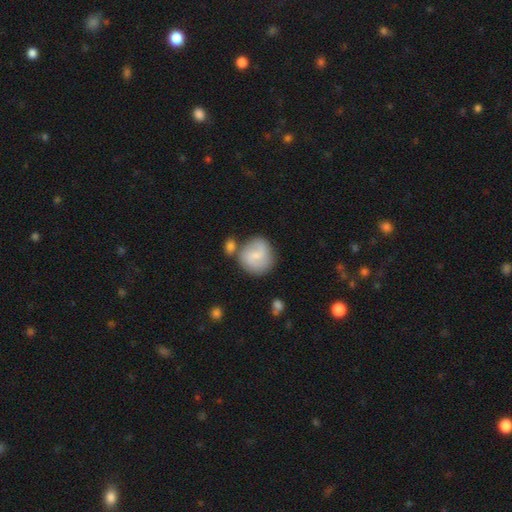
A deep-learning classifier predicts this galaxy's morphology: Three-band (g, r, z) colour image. It shows a smooth galaxy with no disk features (53%) that is round (87%). Merging: none (59%).